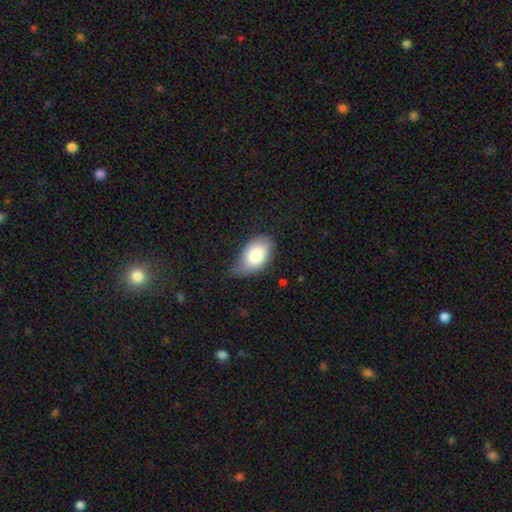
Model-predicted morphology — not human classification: Smooth or featured: smooth — 80% (featured or disk — 13%)
How rounded: in between — 92% (round — 7%)
Merging: none — 51% (minor disturbance — 39%)